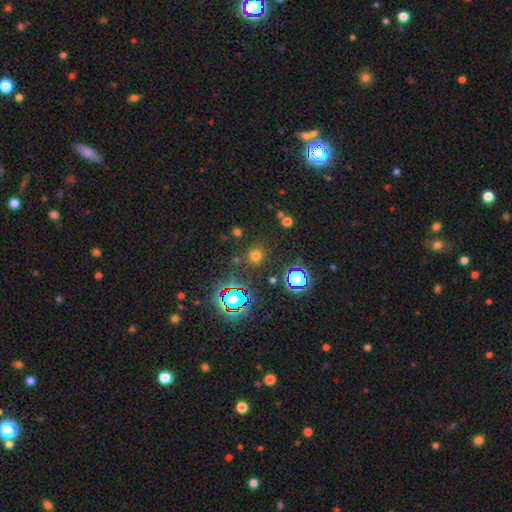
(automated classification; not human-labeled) The model was most divided on "smooth or featured": smooth: 62%, star or artifact: 32%, featured or disk: 7%. More confident: how rounded — round (90%); merging — none (85%).